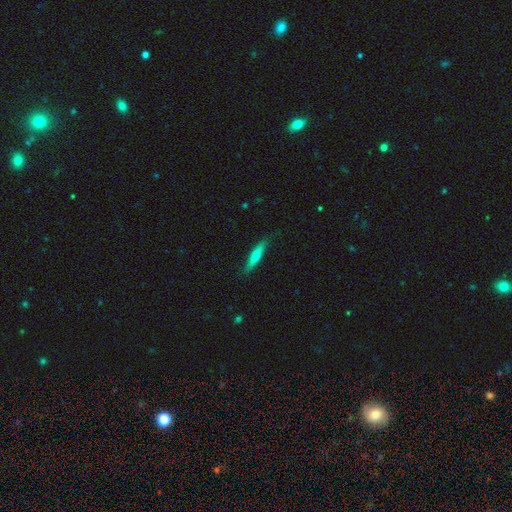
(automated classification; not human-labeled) Smooth or featured? smooth (57%)
How rounded? cigar-shaped (86%)
Merging? none (87%)